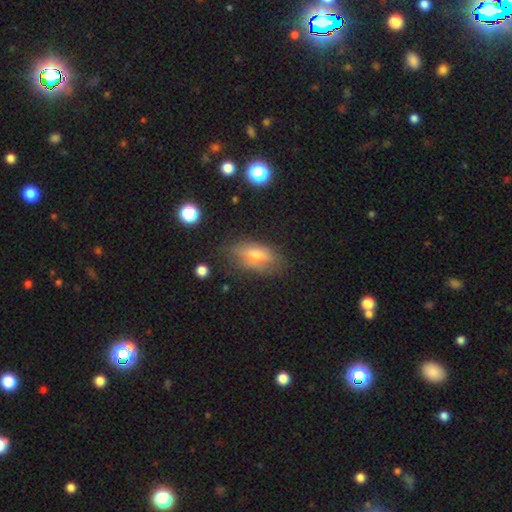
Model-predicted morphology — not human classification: This is possibly a smooth galaxy (56%). How rounded: likely in between (79%). Merging: likely none (71%).